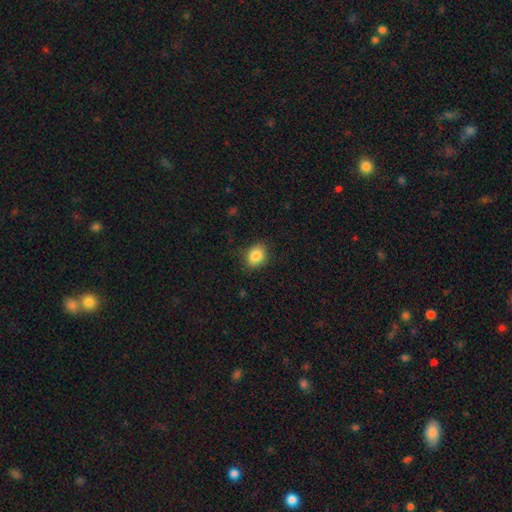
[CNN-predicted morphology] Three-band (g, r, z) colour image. It shows a smooth galaxy with no disk features (86%) that is in between round and cigar-shaped (50%). Merging: none (84%).